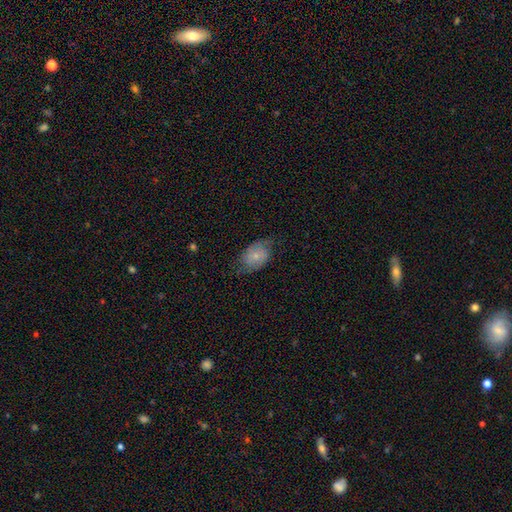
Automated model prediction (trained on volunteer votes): Smooth or featured: smooth — 54% (featured or disk — 38%)
How rounded: in between — 80% (round — 19%)
Merging: none — 60% (minor disturbance — 27%)